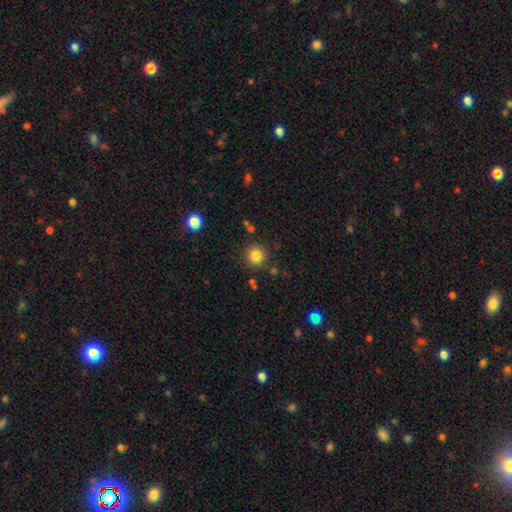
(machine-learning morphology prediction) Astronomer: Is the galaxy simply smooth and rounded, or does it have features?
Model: smooth — 83%.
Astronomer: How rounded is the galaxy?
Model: round — 94%.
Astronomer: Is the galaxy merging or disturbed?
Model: none — 88%.